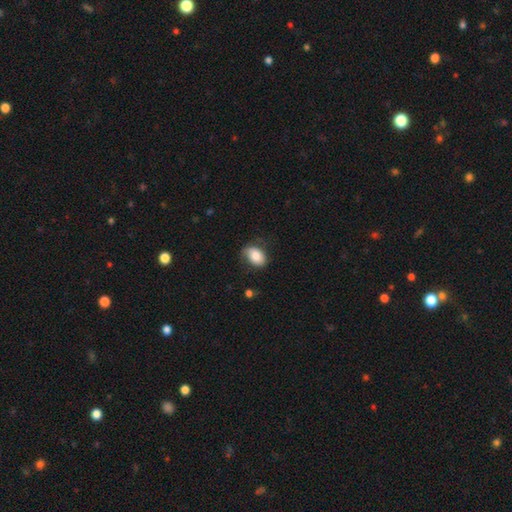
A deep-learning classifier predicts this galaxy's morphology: smooth_or_featured: smooth (p=0.76) [alt: featured or disk p=0.17]
how_rounded: in between (p=0.83) [alt: round p=0.16]
merging: none (p=0.61) [alt: minor disturbance p=0.28]